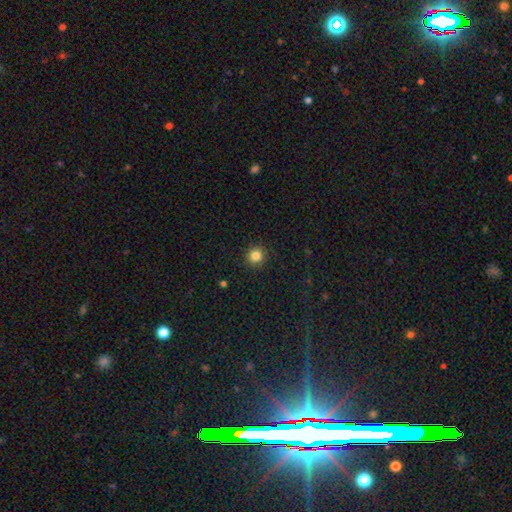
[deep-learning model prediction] Smooth or featured?
  - smooth: 83% *
  - star or artifact: 12%
  - featured or disk: 5%
How rounded?
  - round: 95% *
  - in between: 4%
  - cigar-shaped: 1%
Merging?
  - none: 92% *
  - minor disturbance: 5%
  - major disturbance: 2%
  - merger: 1%